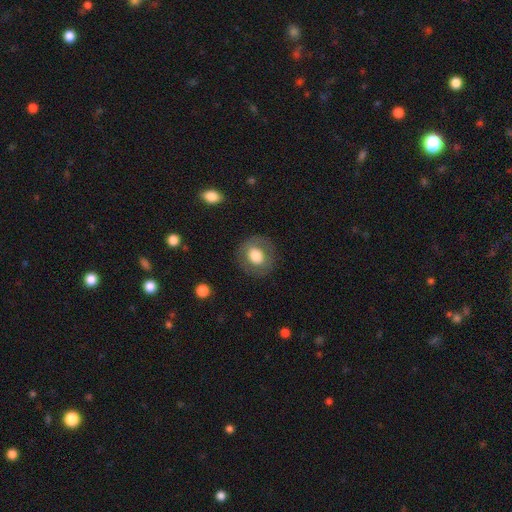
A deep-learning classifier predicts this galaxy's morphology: type=smooth (69%); roundness=round (77%); merging=none (83%).